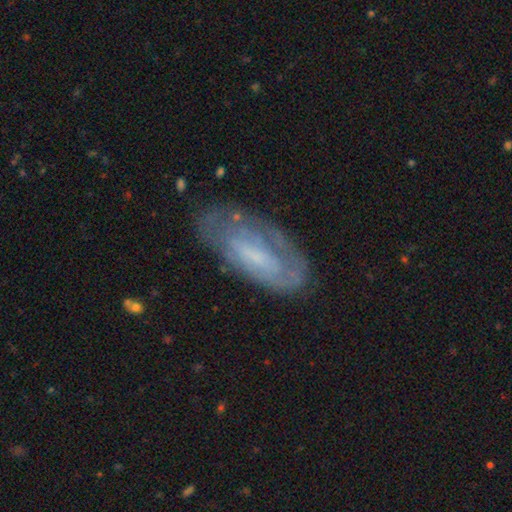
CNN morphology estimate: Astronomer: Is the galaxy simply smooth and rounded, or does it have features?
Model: featured or disk — 59%.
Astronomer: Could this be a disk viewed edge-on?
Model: no — 88%.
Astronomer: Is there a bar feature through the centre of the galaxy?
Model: no — 52% (runner-up: weak, 35%).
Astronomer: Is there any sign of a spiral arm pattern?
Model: yes — 59% (runner-up: no, 41%).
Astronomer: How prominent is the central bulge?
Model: small — 43% (runner-up: none, 29%).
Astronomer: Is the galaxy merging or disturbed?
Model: none — 62%.